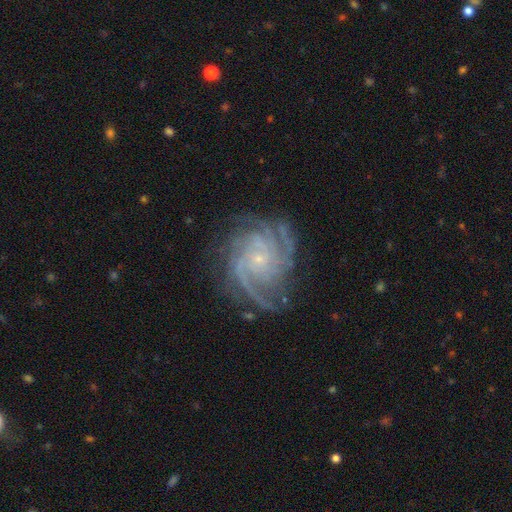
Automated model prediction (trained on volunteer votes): Smooth or featured?
  - featured or disk: 88% *
  - star or artifact: 7%
  - smooth: 5%
Edge-on disk?
  - no: 98% *
  - yes: 2%
Bar?
  - no: 72% *
  - weak: 22%
  - strong: 6%
Spiral arms?
  - yes: 98% *
  - no: 2%
Spiral winding?
  - tight: 59% *
  - medium: 35%
  - loose: 6%
Spiral arm count?
  - 3: 26% *
  - 4: 22%
  - can't tell: 18%
  - 2: 16%
  - more than 4: 10%
  - 1: 8%
Bulge size?
  - small: 80% *
  - moderate: 14%
  - none: 3%
  - large: 1%
  - dominant: 1%
Merging?
  - none: 76% *
  - minor disturbance: 16%
  - major disturbance: 7%
  - merger: 1%